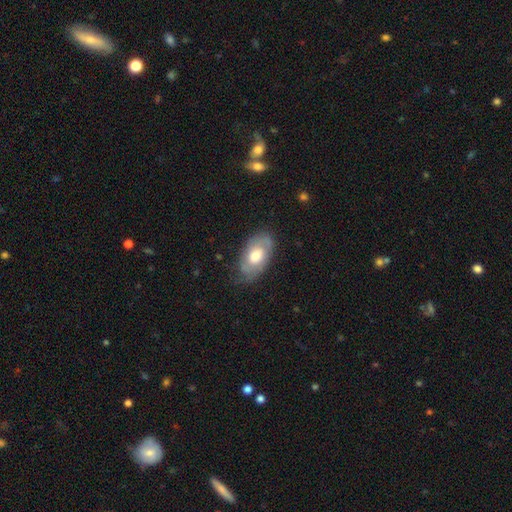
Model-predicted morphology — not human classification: This appears to be a featured or disk galaxy (48%). Merging: none (65%).